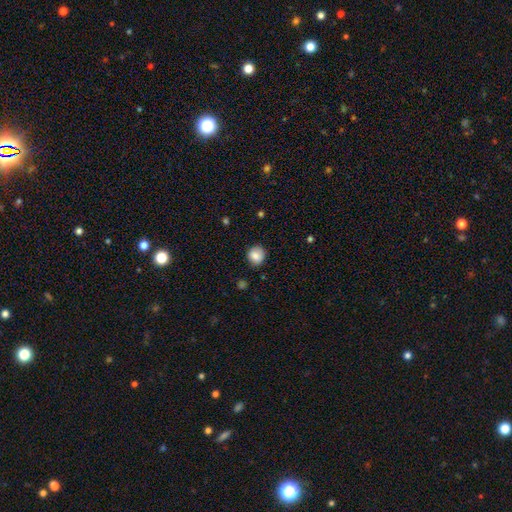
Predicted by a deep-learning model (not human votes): A smooth galaxy with no disk features (84%) that is round (81%).

Vote fractions:
- Smooth or featured? smooth: 84% / star or artifact: 9% / featured or disk: 7%
- How rounded? round: 81% / in between: 18% / cigar-shaped: 1%
- Merging? none: 80% / minor disturbance: 15% / major disturbance: 3% / merger: 1%